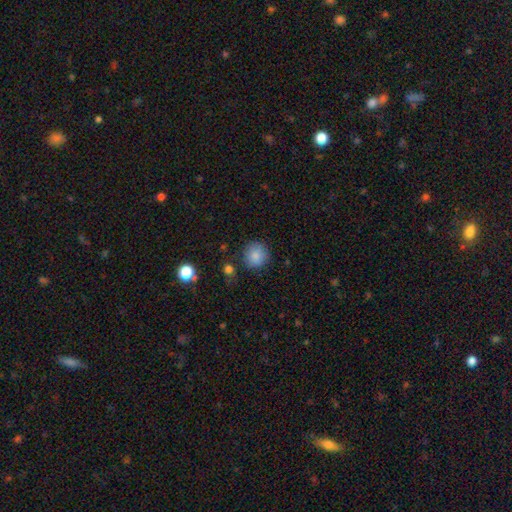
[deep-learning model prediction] Smooth or featured: smooth — 85% (star or artifact — 9%)
How rounded: round — 90% (in between — 9%)
Merging: none — 82% (minor disturbance — 12%)